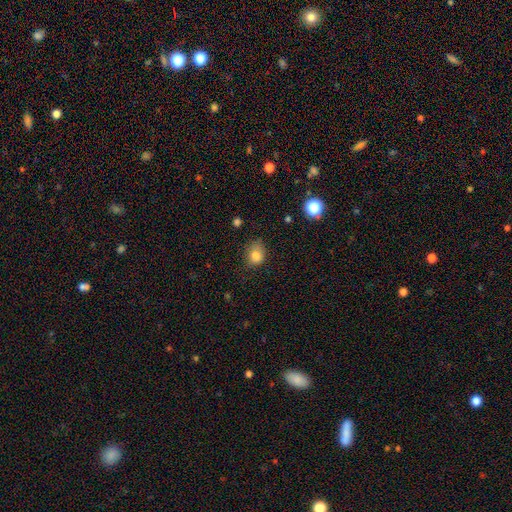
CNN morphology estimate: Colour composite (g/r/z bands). It shows a smooth galaxy with no disk features (81%) that is in between round and cigar-shaped (54%). Merging: none (56%).